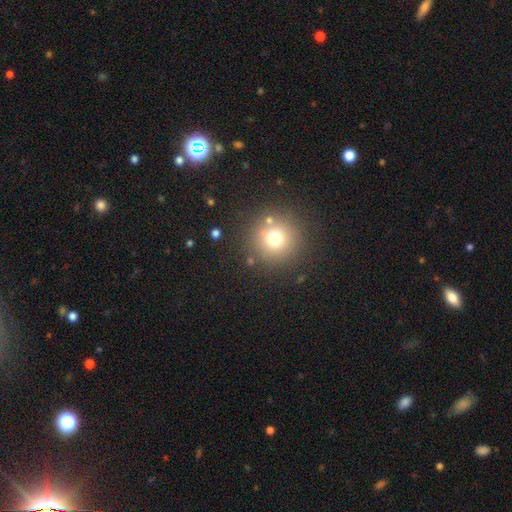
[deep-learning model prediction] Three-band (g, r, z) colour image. It shows a smooth galaxy with no disk features (62%) that is round (94%). Merging: none (85%).